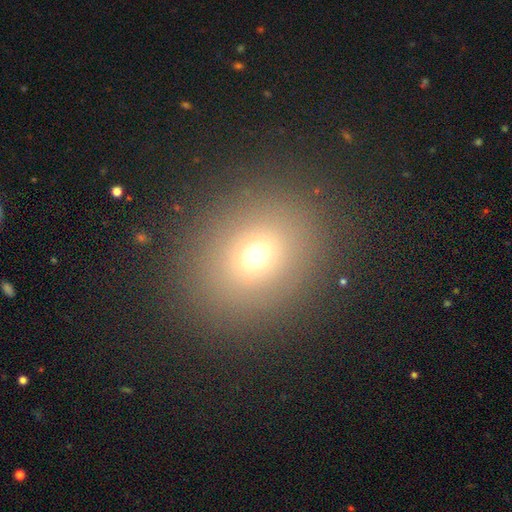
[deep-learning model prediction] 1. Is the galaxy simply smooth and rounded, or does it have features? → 67% smooth, 20% star or artifact, 13% featured or disk.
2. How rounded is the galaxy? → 63% round, 36% in between, 1% cigar-shaped.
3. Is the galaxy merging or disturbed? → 87% none, 7% minor disturbance, 4% major disturbance, 1% merger.